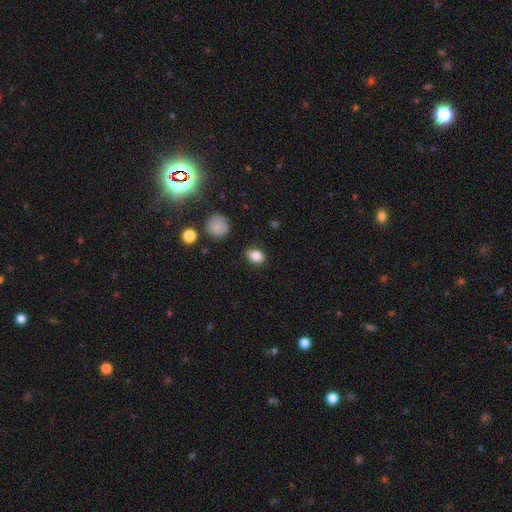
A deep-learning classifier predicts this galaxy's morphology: Smooth or featured: smooth — 82% (star or artifact — 10%)
How rounded: in between — 70% (round — 28%)
Merging: none — 84% (minor disturbance — 12%)